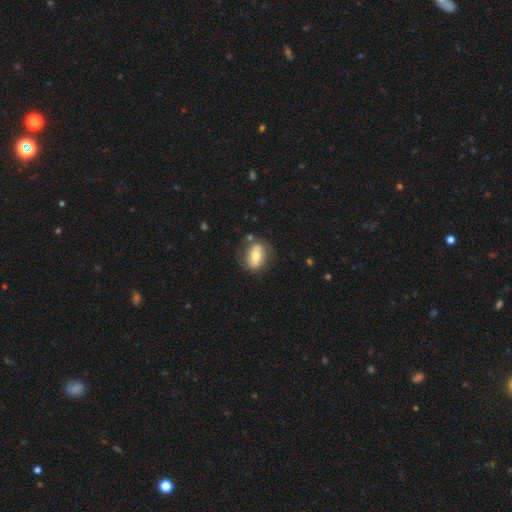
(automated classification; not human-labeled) Overall: smooth (52%; featured or disk 42%). How rounded: in between (73%). Merging: none (74%).